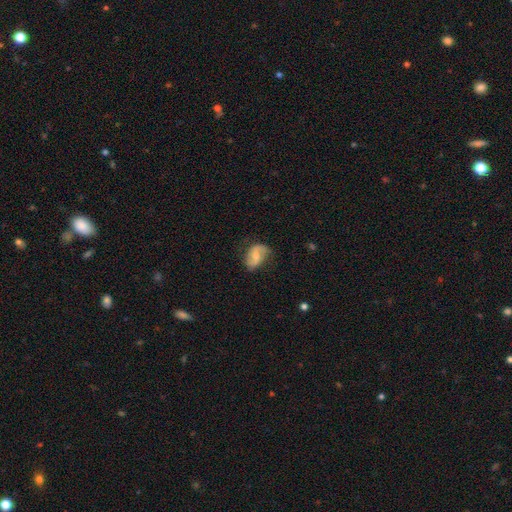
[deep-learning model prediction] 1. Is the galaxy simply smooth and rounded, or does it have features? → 58% featured or disk, 35% smooth, 7% star or artifact.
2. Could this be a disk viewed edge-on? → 97% no, 3% yes.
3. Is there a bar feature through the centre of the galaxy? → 47% weak, 35% no, 18% strong.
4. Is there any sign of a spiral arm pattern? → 89% yes, 11% no.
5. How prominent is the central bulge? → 43% small, 37% moderate, 15% none, 4% large, 1% dominant.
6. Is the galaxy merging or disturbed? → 62% none, 26% minor disturbance, 10% major disturbance, 2% merger.